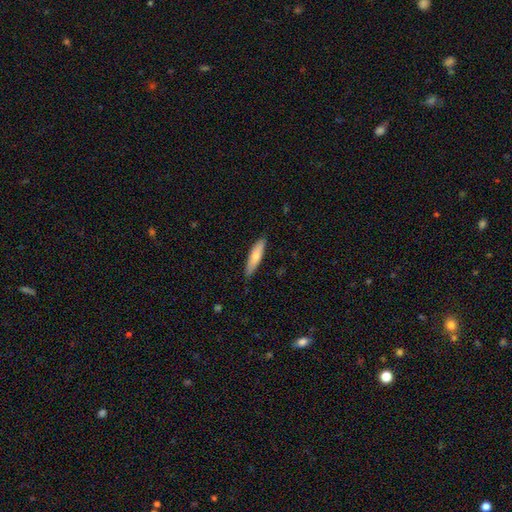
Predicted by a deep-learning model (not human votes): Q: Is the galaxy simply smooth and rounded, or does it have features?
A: smooth — 70%.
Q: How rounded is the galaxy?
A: cigar-shaped — 76%.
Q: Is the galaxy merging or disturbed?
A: none — 86%.